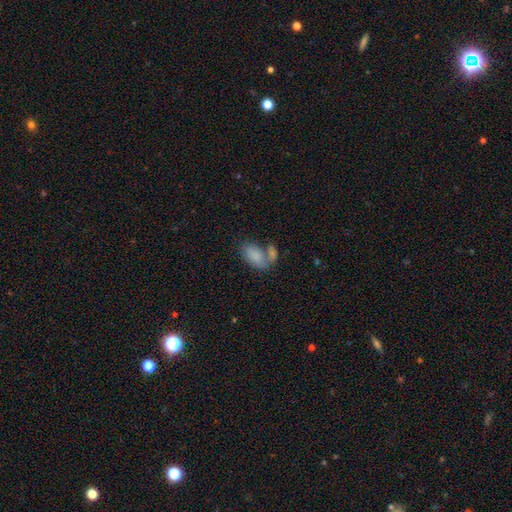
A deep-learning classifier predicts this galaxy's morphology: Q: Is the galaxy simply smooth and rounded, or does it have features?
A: smooth — 80%.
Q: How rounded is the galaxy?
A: in between — 93%.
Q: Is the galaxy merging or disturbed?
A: merger — 42%.